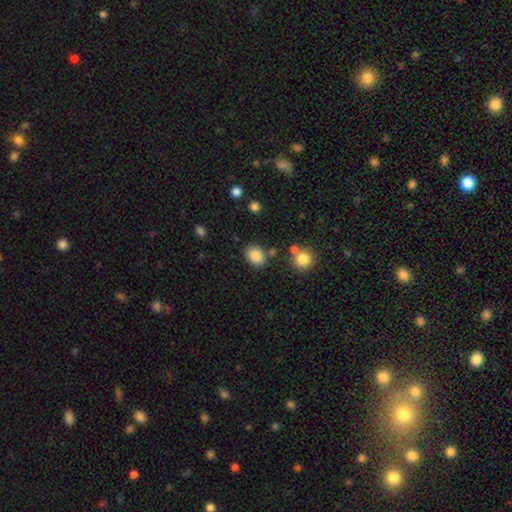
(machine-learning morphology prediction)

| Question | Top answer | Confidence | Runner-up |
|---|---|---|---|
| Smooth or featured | smooth | 85% | star or artifact (9%) |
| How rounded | in between | 52% | round (48%) |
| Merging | none | 79% | minor disturbance (12%) |